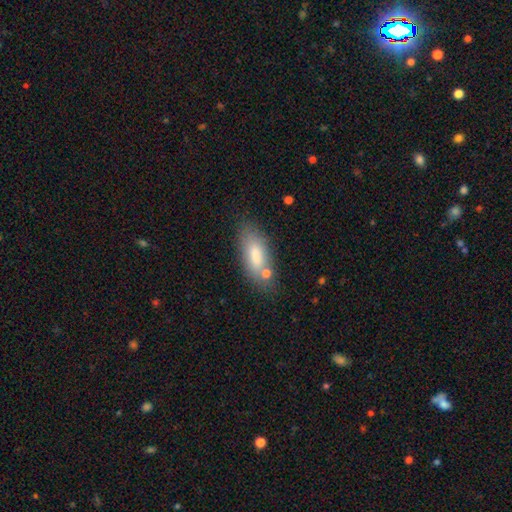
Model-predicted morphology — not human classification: The model was most divided on "how rounded": in between: 74%, cigar-shaped: 24%, round: 3%. More confident: smooth or featured — smooth (78%); merging — none (68%).